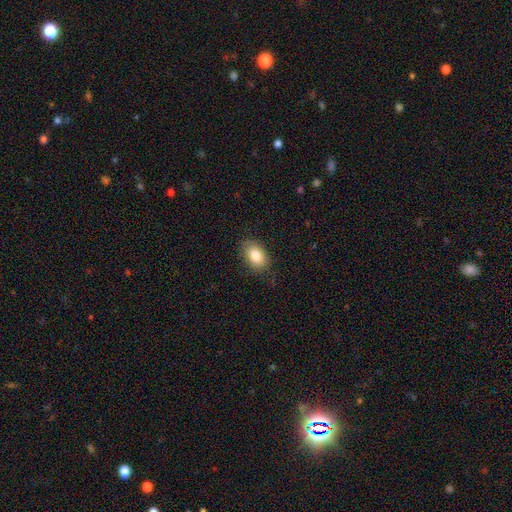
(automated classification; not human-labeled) Smooth or featured?
  - smooth: 83% *
  - featured or disk: 9%
  - star or artifact: 8%
How rounded?
  - in between: 86% *
  - round: 12%
  - cigar-shaped: 1%
Merging?
  - none: 83% *
  - minor disturbance: 13%
  - major disturbance: 3%
  - merger: 1%